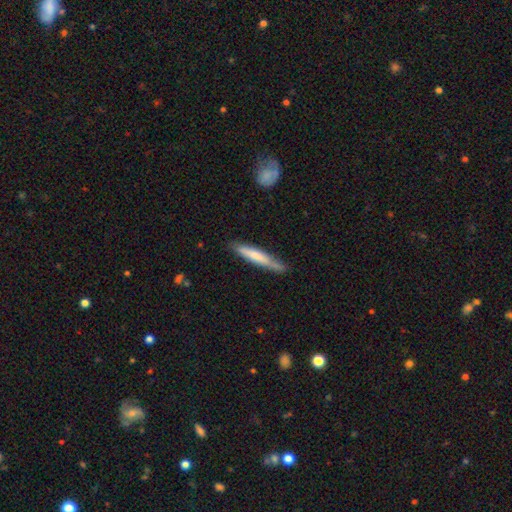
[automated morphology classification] Smooth or featured?
  - smooth: 62% *
  - featured or disk: 32%
  - star or artifact: 5%
How rounded?
  - cigar-shaped: 93% *
  - in between: 6%
  - round: 1%
Merging?
  - none: 75% *
  - minor disturbance: 19%
  - major disturbance: 3%
  - merger: 2%